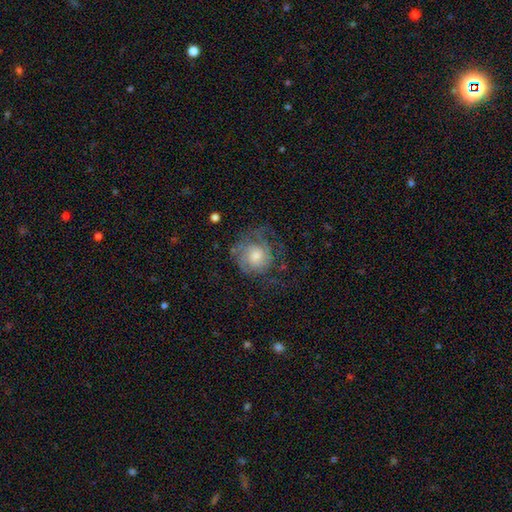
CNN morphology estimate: This appears to be a featured or disk galaxy (64%) with no bar (74%), tight (56%) spiral arms (83%) and a moderate central bulge (52%). Merging: none (59%).